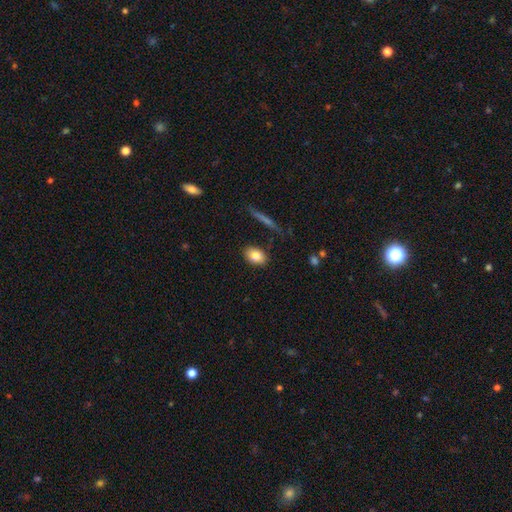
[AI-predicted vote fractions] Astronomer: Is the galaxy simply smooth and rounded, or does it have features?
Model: smooth — 82%.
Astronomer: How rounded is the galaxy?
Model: in between — 83%.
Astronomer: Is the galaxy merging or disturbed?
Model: none — 84%.